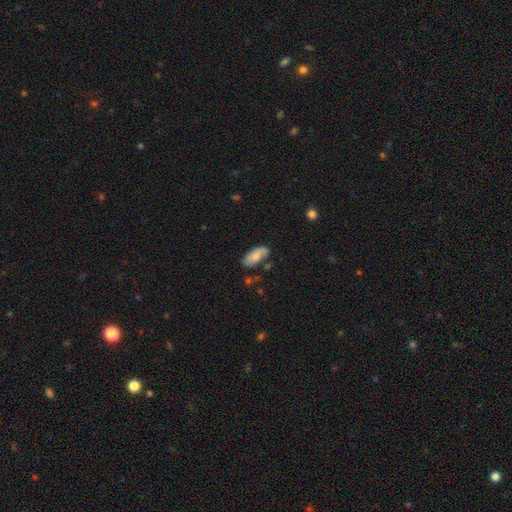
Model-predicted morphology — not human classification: smooth 67%, featured or disk 26%, star or artifact 7%. Down the decision tree: how rounded — in between (90%); merging — none (66%).